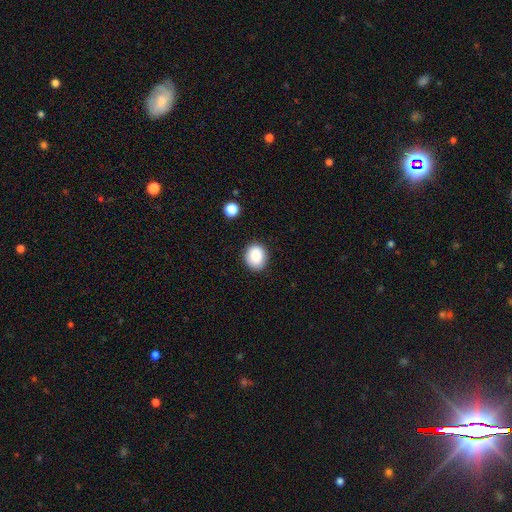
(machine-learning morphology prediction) Overall: smooth (86%). How rounded: round (68%; in between 31%). Merging: none (86%).